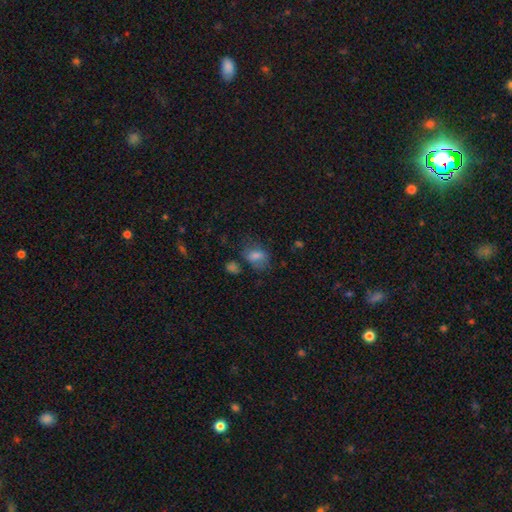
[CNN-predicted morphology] type=smooth (69%); roundness=in between (75%); merging=none (54%).